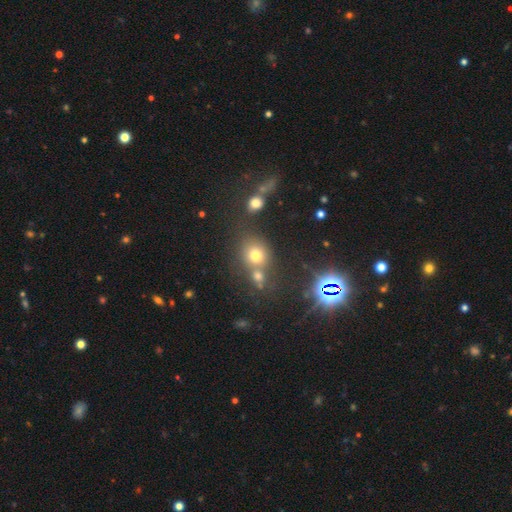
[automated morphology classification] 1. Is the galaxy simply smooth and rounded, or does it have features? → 70% smooth, 20% star or artifact, 10% featured or disk.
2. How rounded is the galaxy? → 76% round, 23% in between, 1% cigar-shaped.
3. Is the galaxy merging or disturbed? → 52% none, 33% merger, 10% minor disturbance, 5% major disturbance.